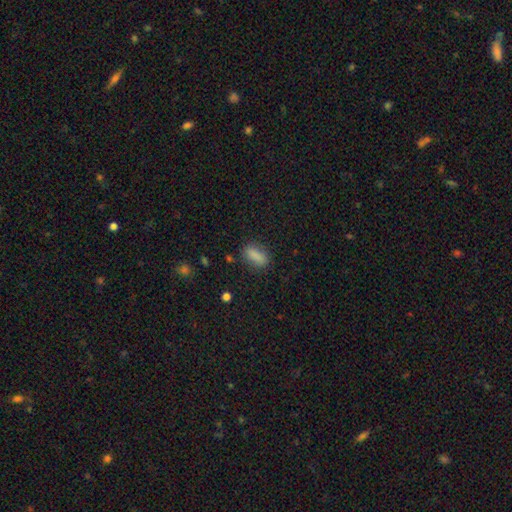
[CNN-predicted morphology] This appears to be a smooth galaxy with no disk features (85%) that is in between round and cigar-shaped (78%). Merging: none (79%).